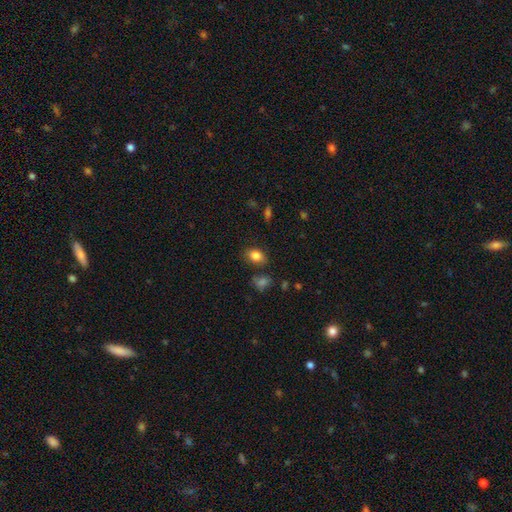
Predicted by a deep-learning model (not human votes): Smooth or featured? Predicted: smooth (p=0.84). How rounded? Predicted: in between (p=0.80). Merging? Predicted: none (p=0.77).